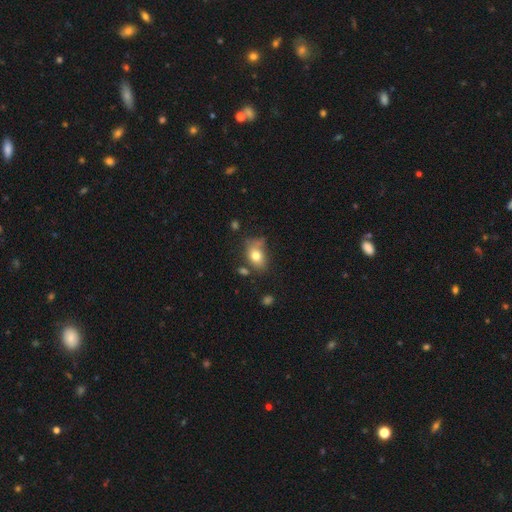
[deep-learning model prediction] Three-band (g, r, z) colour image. It shows a smooth galaxy with no disk features (76%) that is in between round and cigar-shaped (77%). Merging: none (55%).